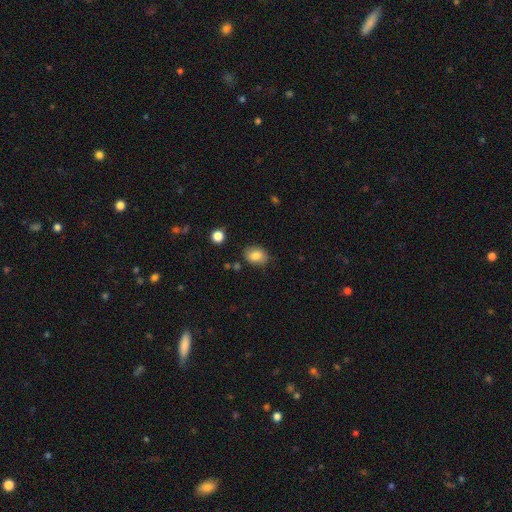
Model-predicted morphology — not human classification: Overall: smooth (83%). How rounded: in between (61%; round 38%). Merging: none (81%).